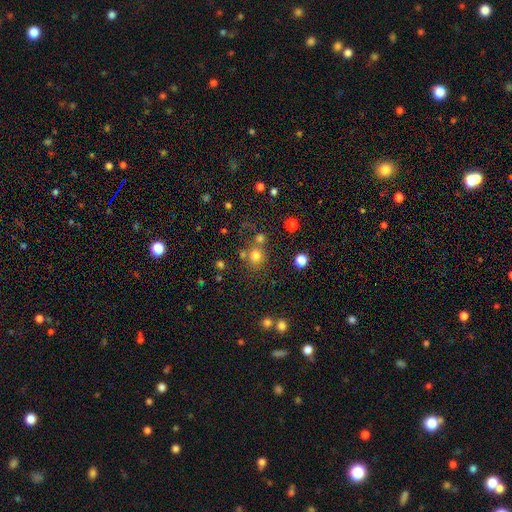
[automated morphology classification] Smooth or featured: smooth — 75% (star or artifact — 17%)
How rounded: round — 87% (in between — 12%)
Merging: none — 67% (merger — 18%)